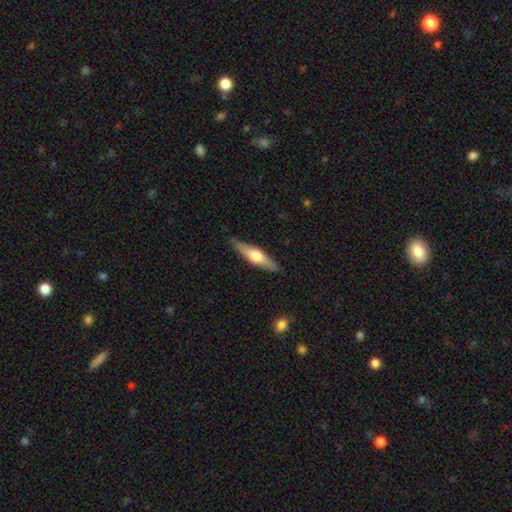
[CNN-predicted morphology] featured or disk 52%, smooth 43%, star or artifact 5%. Down the decision tree: edge-on disk — yes (93%); merging — none (86%).